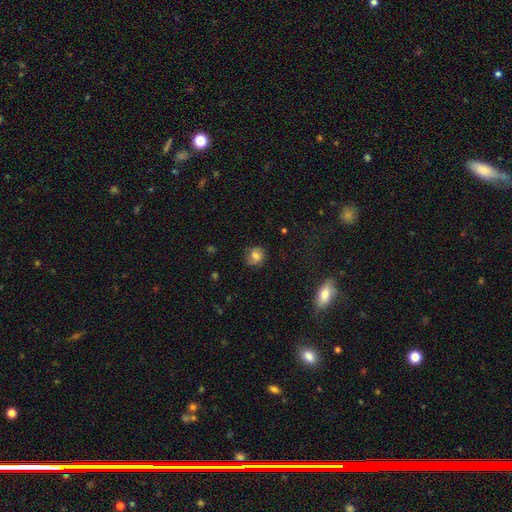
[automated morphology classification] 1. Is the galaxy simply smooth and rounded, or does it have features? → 59% smooth, 30% featured or disk, 11% star or artifact.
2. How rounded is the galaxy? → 67% round, 32% in between, 1% cigar-shaped.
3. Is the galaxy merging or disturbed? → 72% none, 19% minor disturbance, 7% major disturbance, 2% merger.